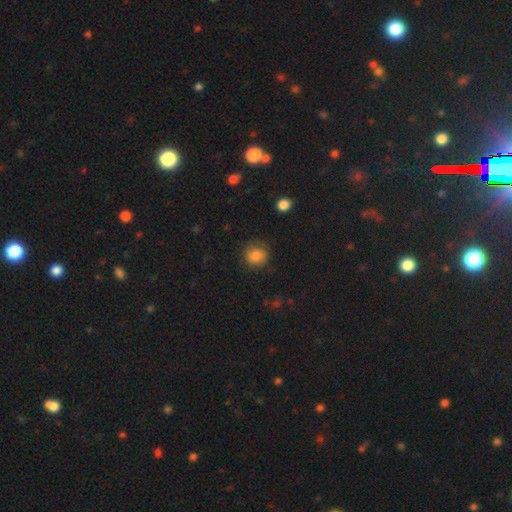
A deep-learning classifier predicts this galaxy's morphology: Overall: smooth (83%). How rounded: round (78%). Merging: none (73%).